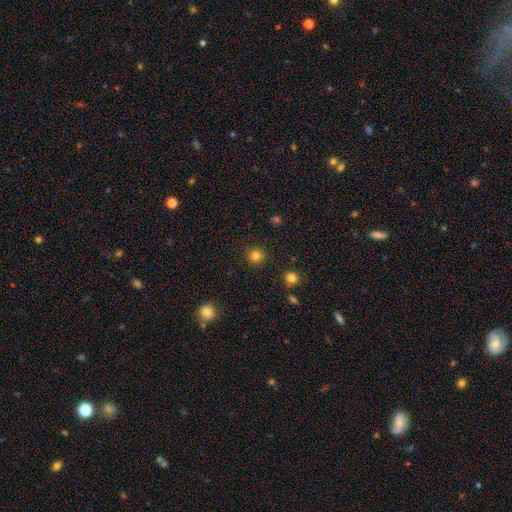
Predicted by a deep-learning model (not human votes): Smooth or featured? Predicted: smooth (p=0.82). How rounded? Predicted: round (p=0.94). Merging? Predicted: none (p=0.91).